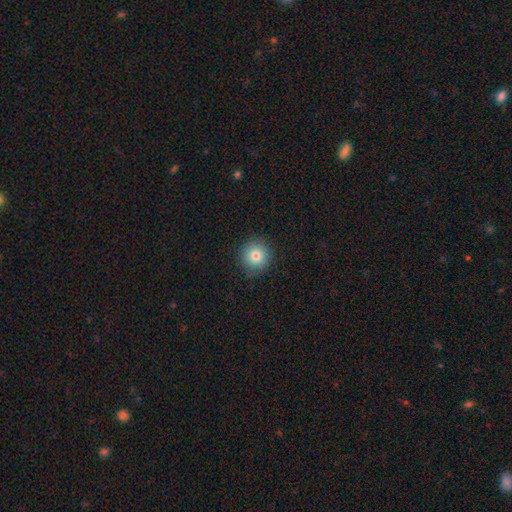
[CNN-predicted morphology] Smooth or featured?
  - smooth: 79% *
  - star or artifact: 11%
  - featured or disk: 10%
How rounded?
  - round: 93% *
  - in between: 6%
  - cigar-shaped: 1%
Merging?
  - none: 87% *
  - minor disturbance: 10%
  - major disturbance: 2%
  - merger: 1%